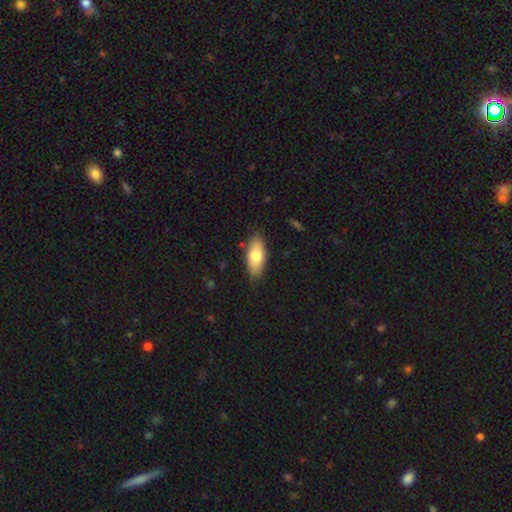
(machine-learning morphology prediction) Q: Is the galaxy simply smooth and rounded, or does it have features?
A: smooth — 74%.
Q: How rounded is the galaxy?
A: in between — 86%.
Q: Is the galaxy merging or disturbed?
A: none — 83%.